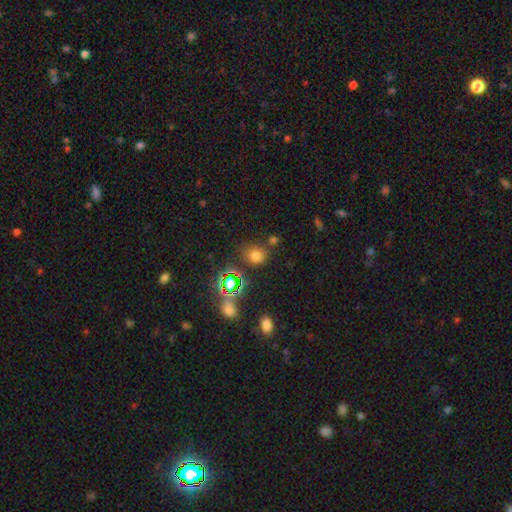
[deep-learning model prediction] This appears to be a smooth galaxy with no disk features (66%) that is round (75%). Merging: none (75%).